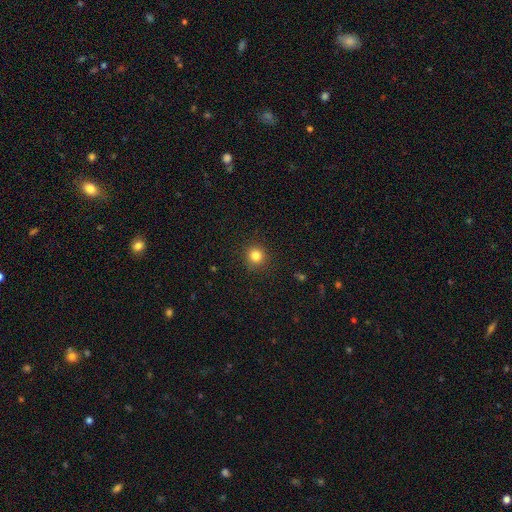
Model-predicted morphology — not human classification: Overall: smooth (82%). How rounded: round (93%). Merging: none (91%).